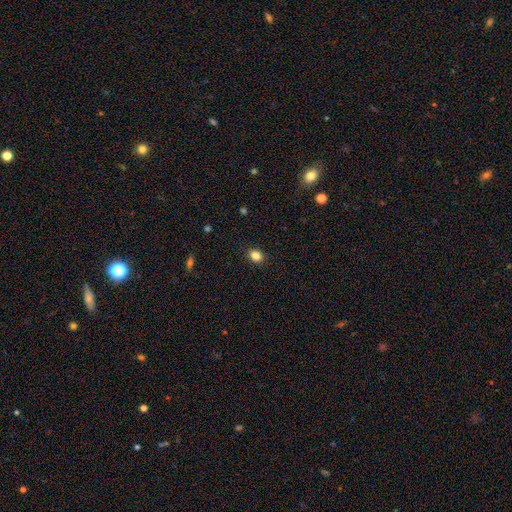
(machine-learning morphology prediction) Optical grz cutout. It shows a smooth galaxy with no disk features (85%) that is in between round and cigar-shaped (60%). Merging: none (89%).